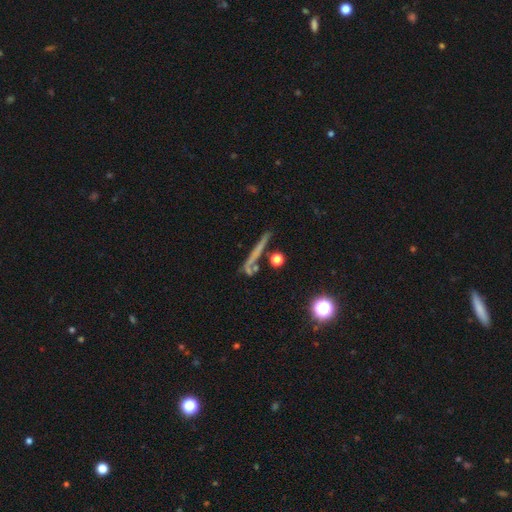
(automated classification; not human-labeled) The model was most divided on "smooth or featured": smooth: 39%, featured or disk: 38%, star or artifact: 23%. More confident: merging — none (73%).